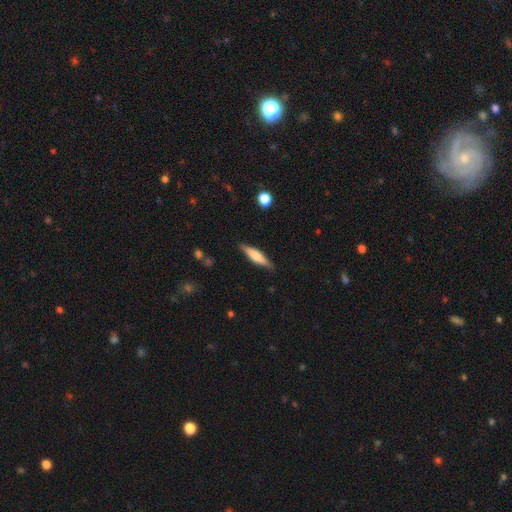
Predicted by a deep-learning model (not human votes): This appears to be a smooth galaxy with no disk features (52%) that is cigar-shaped (78%). Merging: none (87%).